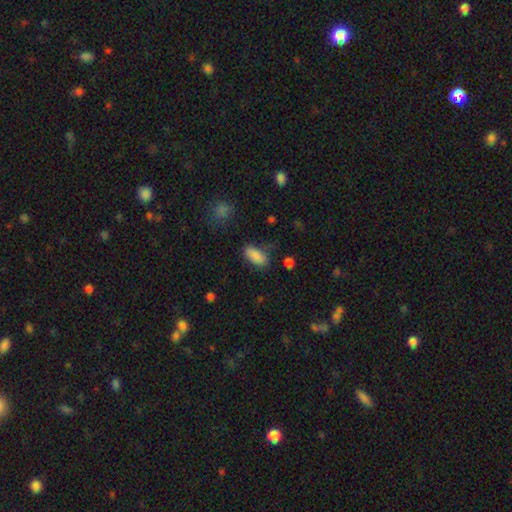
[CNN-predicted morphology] type=smooth (86%); roundness=in between (91%); merging=none (71%).